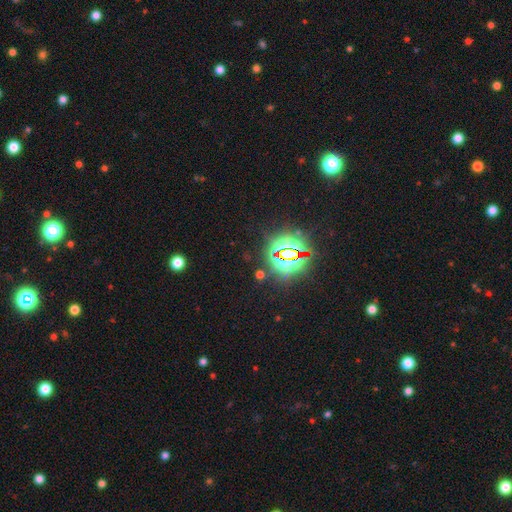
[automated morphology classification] star or artifact 85%, smooth 9%, featured or disk 7%.